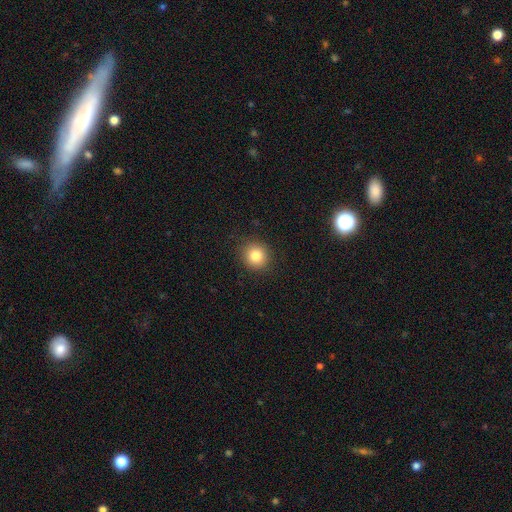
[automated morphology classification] Smooth or featured? smooth (82%)
How rounded? round (89%)
Merging? none (90%)